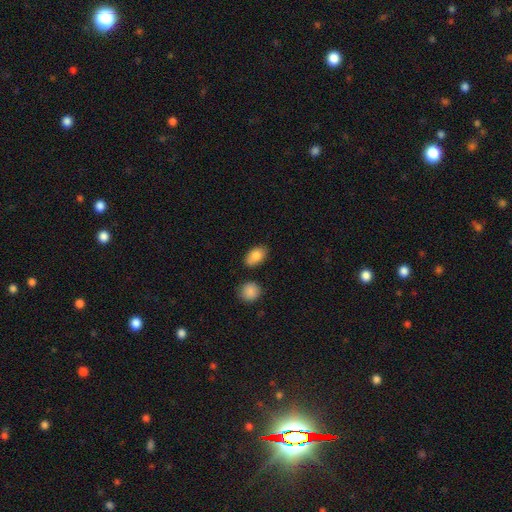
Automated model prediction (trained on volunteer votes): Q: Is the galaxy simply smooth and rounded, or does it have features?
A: smooth — 85%.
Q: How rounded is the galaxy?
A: in between — 90%.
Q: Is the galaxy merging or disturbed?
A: none — 77%.